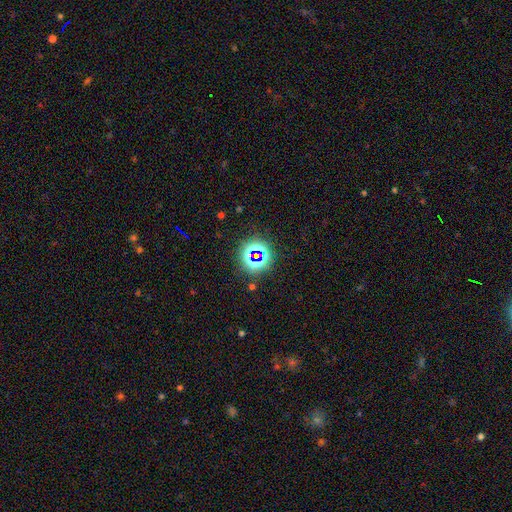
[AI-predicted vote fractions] smooth-or-featured: star or artifact: 72% | smooth: 19% | featured or disk: 9%